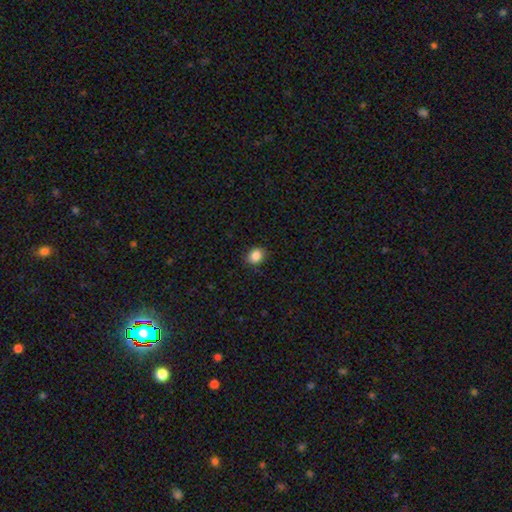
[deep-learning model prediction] A smooth galaxy with no disk features (87%) that is round (60%). Merging: none (89%).